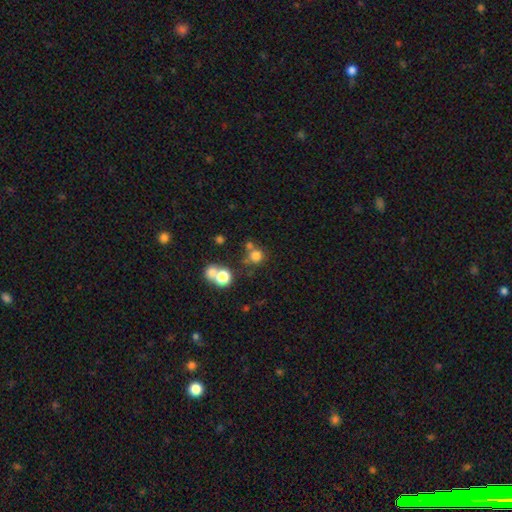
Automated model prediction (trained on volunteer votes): smooth 74%, star or artifact 17%, featured or disk 9%. Down the decision tree: how rounded — round (89%); merging — none (58%).